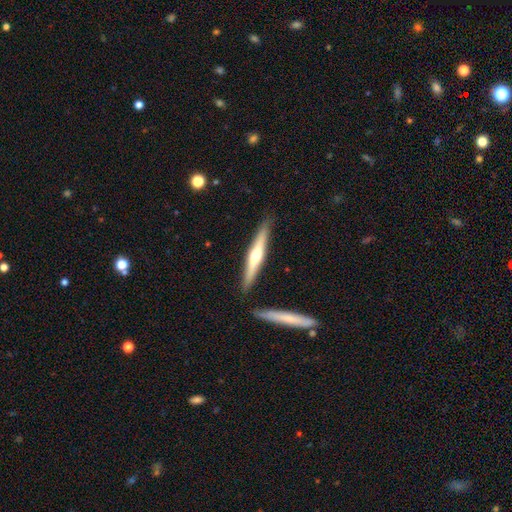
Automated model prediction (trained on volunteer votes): This appears to be a featured or disk galaxy (60%) viewed edge-on (96%) with a rounded central bulge (84%). Merging: none (86%).